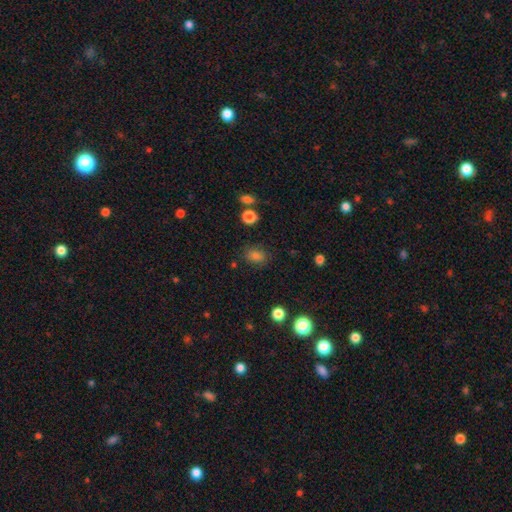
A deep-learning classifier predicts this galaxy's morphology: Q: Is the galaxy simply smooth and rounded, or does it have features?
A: smooth — 77%.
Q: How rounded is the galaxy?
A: in between — 60%.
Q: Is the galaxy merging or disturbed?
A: none — 83%.